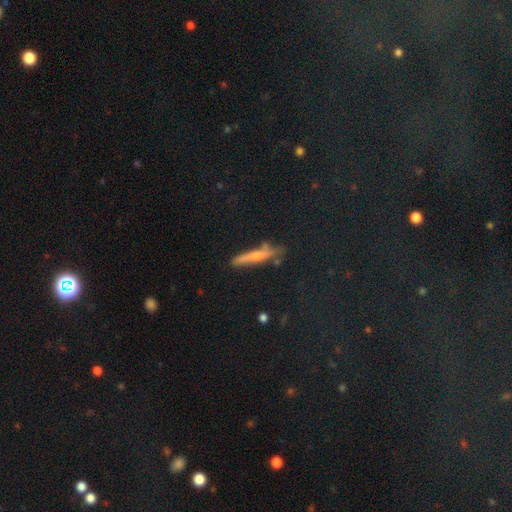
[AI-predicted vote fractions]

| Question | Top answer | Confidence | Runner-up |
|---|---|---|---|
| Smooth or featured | smooth | 49% | featured or disk (37%) |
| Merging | none | 71% | minor disturbance (19%) |